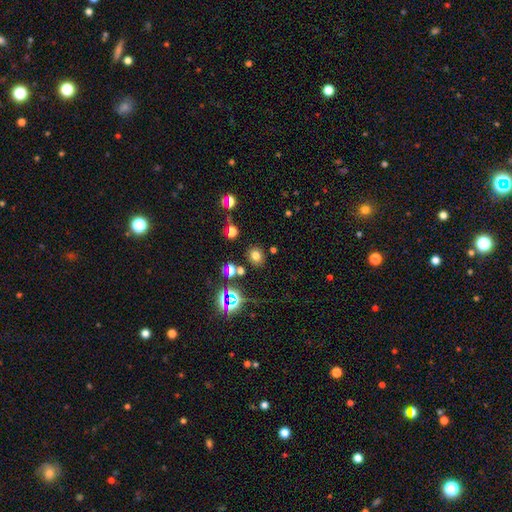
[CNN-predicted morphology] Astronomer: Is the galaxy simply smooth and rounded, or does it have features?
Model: smooth — 68%.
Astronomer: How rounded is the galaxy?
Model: round — 68%.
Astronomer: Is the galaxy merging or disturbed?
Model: none — 83%.